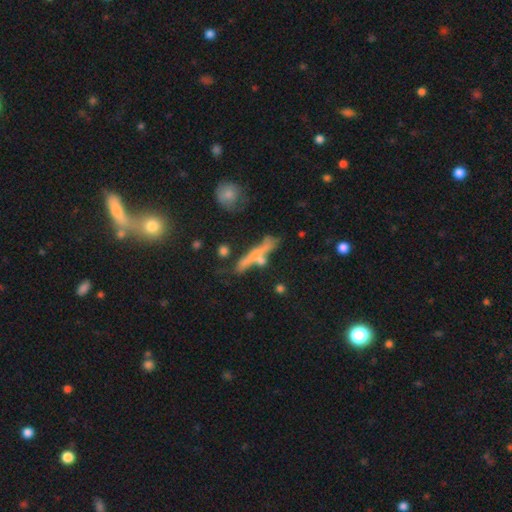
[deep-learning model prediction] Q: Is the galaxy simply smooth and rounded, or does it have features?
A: featured or disk — 47%.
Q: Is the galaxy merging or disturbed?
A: none — 50%.